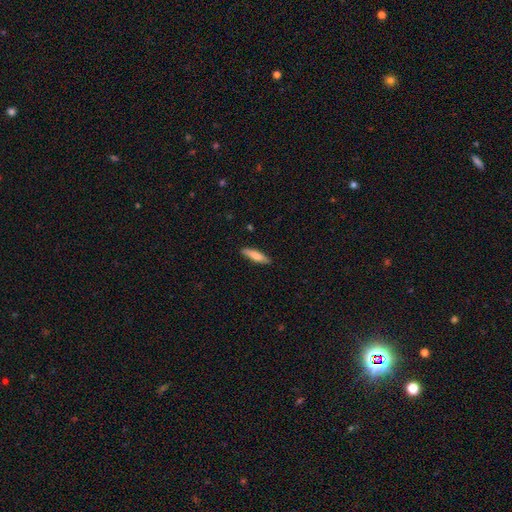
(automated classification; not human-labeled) This is likely a smooth galaxy (79%). How rounded: likely cigar-shaped (77%). Merging: clearly none (87%).